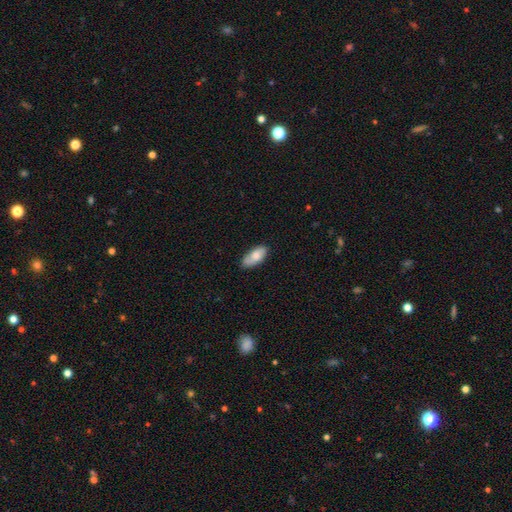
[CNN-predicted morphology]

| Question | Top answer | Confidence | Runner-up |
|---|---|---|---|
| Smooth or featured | smooth | 77% | featured or disk (17%) |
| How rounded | in between | 88% | cigar-shaped (10%) |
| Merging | none | 73% | minor disturbance (22%) |